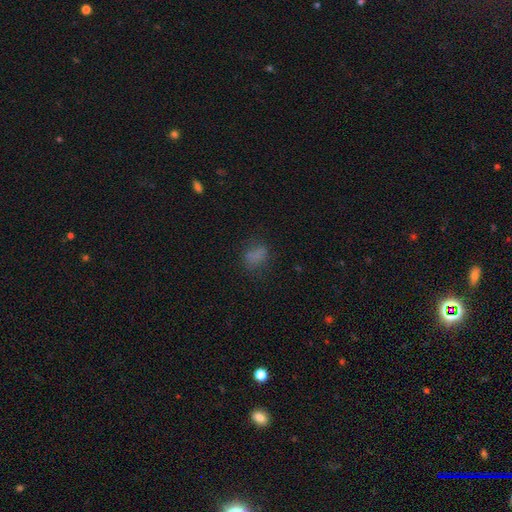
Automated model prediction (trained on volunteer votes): smooth-or-featured: smooth: 72% | star or artifact: 17% | featured or disk: 12%
  how-rounded: in between: 70% | round: 27% | cigar-shaped: 3%
  merging: none: 64% | minor disturbance: 21% | major disturbance: 13% | merger: 2%